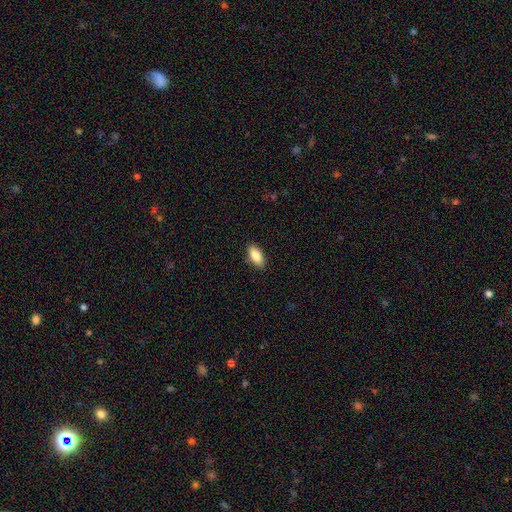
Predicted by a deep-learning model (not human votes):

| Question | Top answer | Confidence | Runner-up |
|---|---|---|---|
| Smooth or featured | smooth | 87% | star or artifact (7%) |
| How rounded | in between | 91% | cigar-shaped (6%) |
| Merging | none | 88% | minor disturbance (9%) |